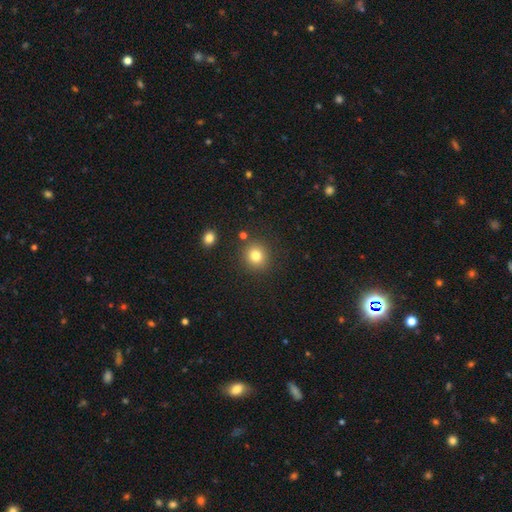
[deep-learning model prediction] smooth-or-featured: smooth: 82% | star or artifact: 12% | featured or disk: 7%
  how-rounded: round: 88% | in between: 11% | cigar-shaped: 1%
  merging: none: 86% | minor disturbance: 7% | merger: 4% | major disturbance: 3%